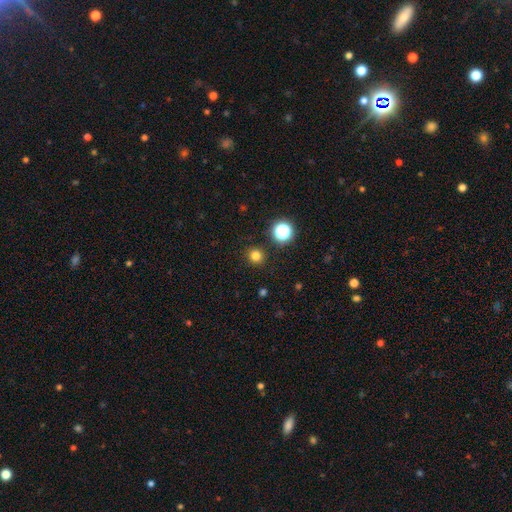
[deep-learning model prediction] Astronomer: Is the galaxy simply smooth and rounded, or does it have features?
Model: smooth — 79%.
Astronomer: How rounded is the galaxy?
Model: round — 92%.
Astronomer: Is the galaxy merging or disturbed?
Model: none — 91%.